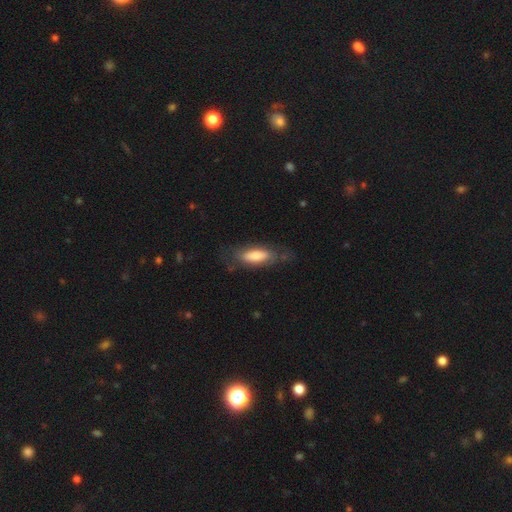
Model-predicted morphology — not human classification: Q: Smooth or featured?
A: smooth (67%); runner-up: featured or disk (27%)
Q: How rounded?
A: in between (70%); runner-up: cigar-shaped (28%)
Q: Merging?
A: none (65%); runner-up: minor disturbance (22%)